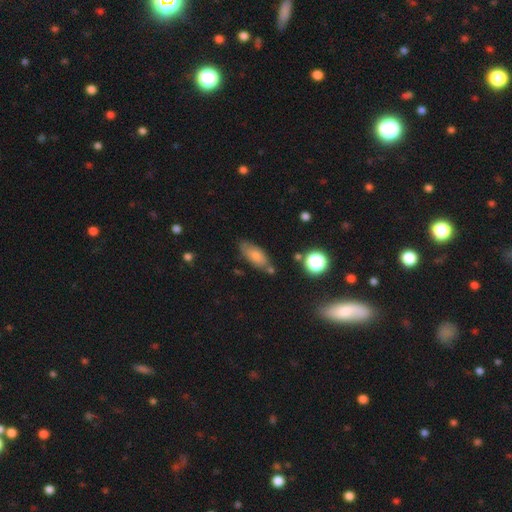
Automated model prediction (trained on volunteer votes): Smooth or featured? smooth (75%)
How rounded? in between (81%)
Merging? none (68%)